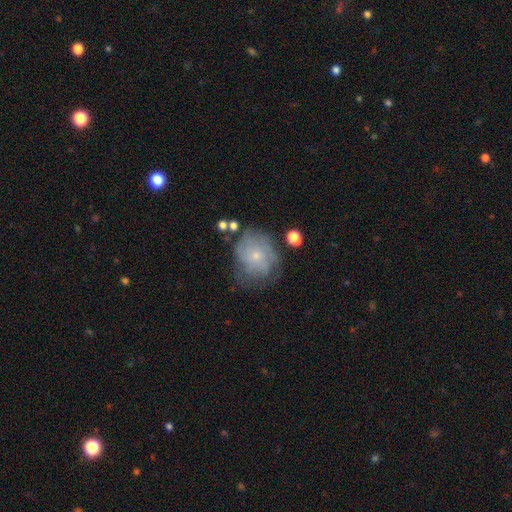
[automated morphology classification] A featured or disk galaxy (45%, tied with smooth). Merging: none (50%).